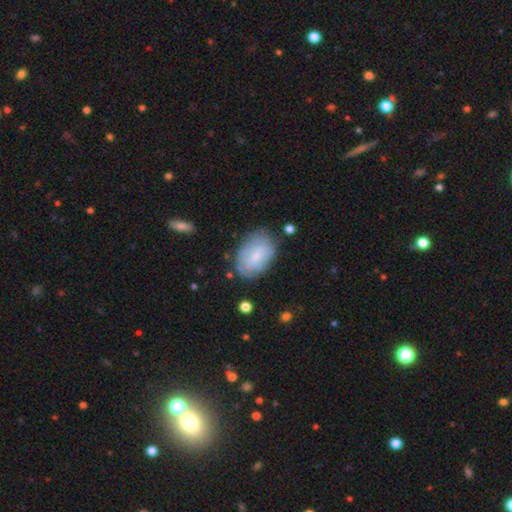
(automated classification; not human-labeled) Overall: smooth (60%; featured or disk 32%). How rounded: in between (89%). Merging: none (72%).